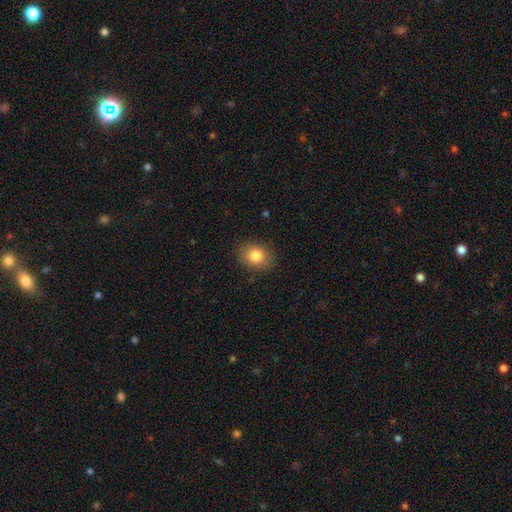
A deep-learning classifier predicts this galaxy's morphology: Q: Smooth or featured?
A: smooth (84%); runner-up: star or artifact (9%)
Q: How rounded?
A: in between (51%); runner-up: round (48%)
Q: Merging?
A: none (86%); runner-up: minor disturbance (10%)